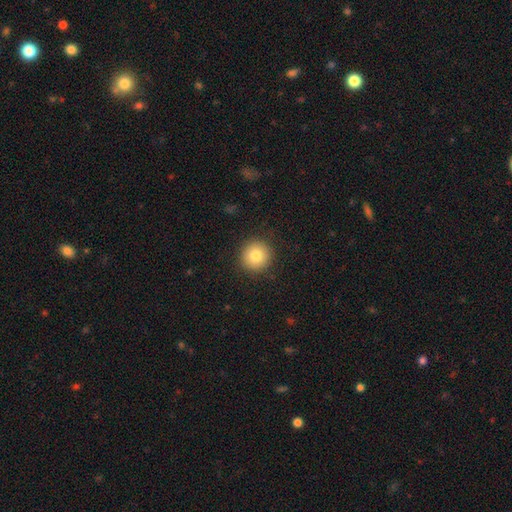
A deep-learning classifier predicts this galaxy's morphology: type=smooth (82%); roundness=round (94%); merging=none (91%).